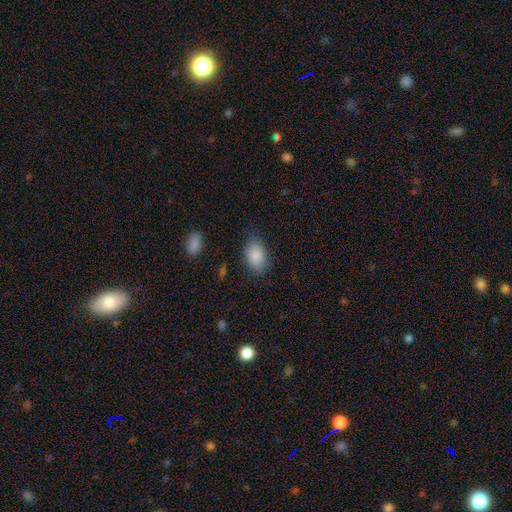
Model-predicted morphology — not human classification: smooth 88%, star or artifact 7%, featured or disk 5%. Down the decision tree: how rounded — in between (88%); merging — none (76%).